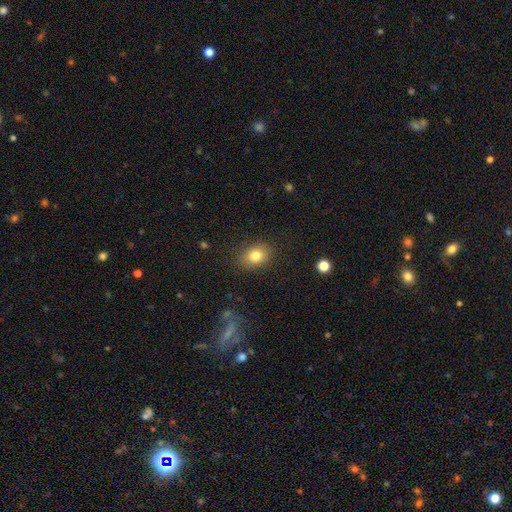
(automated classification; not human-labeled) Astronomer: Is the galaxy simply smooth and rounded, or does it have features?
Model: smooth — 81%.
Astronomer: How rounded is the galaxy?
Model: in between — 59% (runner-up: round, 40%).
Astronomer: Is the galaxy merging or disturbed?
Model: none — 84%.